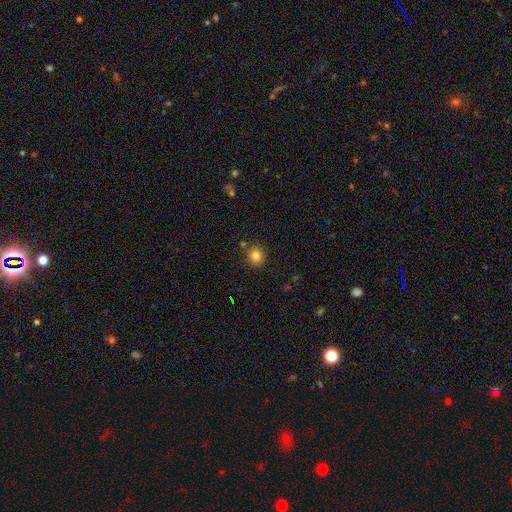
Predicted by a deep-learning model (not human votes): Morphology: type=smooth (82%); roundness=round (83%); merging=none (84%).